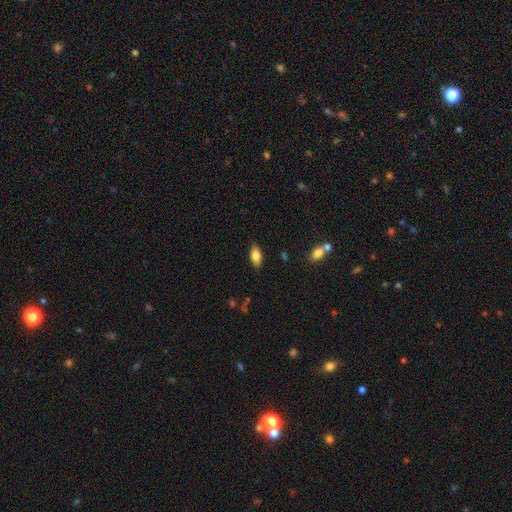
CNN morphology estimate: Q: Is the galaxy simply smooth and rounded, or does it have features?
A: smooth — 80%.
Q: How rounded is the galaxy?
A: in between — 88%.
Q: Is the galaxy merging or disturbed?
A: none — 86%.